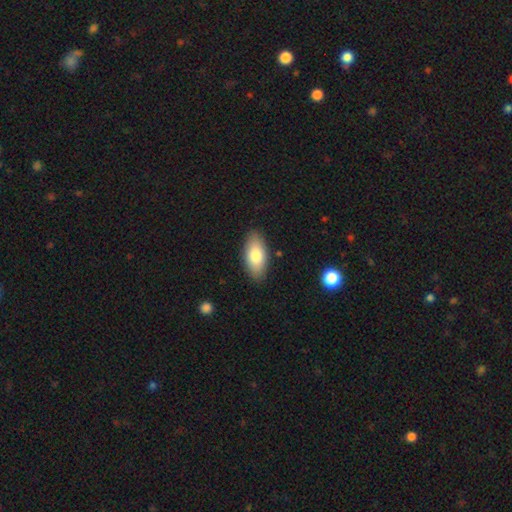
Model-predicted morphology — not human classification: smooth_or_featured: smooth (p=0.79) [alt: featured or disk p=0.15]
how_rounded: in between (p=0.90) [alt: cigar-shaped p=0.07]
merging: none (p=0.87) [alt: minor disturbance p=0.09]